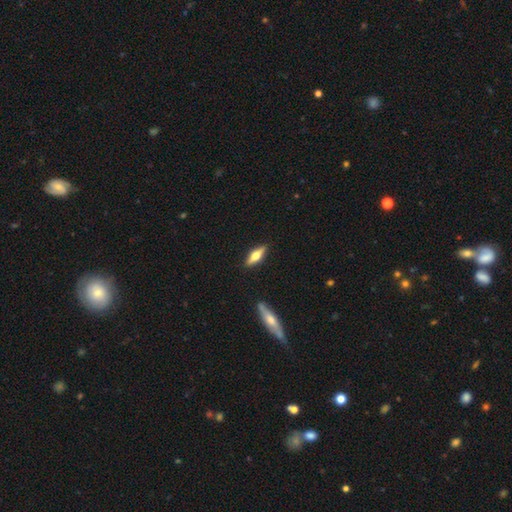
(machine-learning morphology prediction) A featured or disk galaxy (54%) viewed edge-on (94%) with a rounded central bulge (94%). Merging: none (88%).